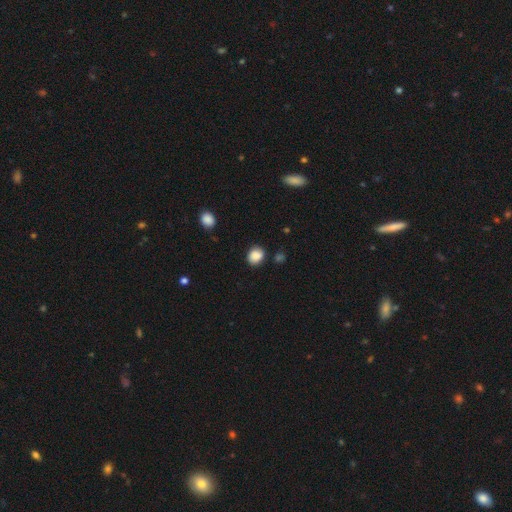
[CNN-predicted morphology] smooth-or-featured: smooth: 87% | star or artifact: 9% | featured or disk: 4%
  how-rounded: round: 61% | in between: 38% | cigar-shaped: 1%
  merging: none: 81% | minor disturbance: 13% | major disturbance: 3% | merger: 3%